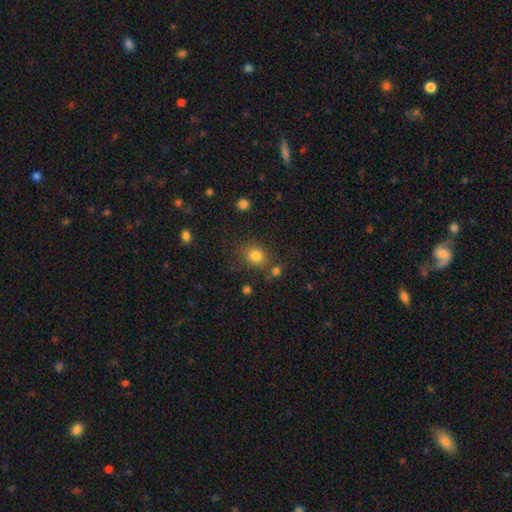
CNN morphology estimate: Smooth or featured?
  - smooth: 82% *
  - star or artifact: 12%
  - featured or disk: 6%
How rounded?
  - round: 71% *
  - in between: 28%
  - cigar-shaped: 1%
Merging?
  - none: 75% *
  - minor disturbance: 11%
  - merger: 9%
  - major disturbance: 5%